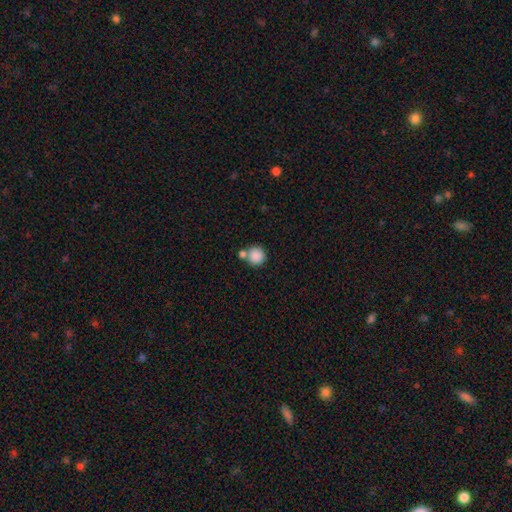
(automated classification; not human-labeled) A smooth galaxy with no disk features (86%) that is round (93%). Merging: none (59%).